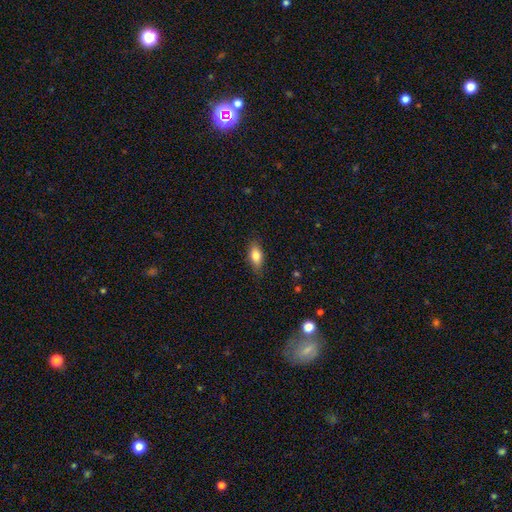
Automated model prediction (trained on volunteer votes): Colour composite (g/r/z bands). It shows a smooth galaxy with no disk features (81%) that is in between round and cigar-shaped (84%). Merging: none (83%).